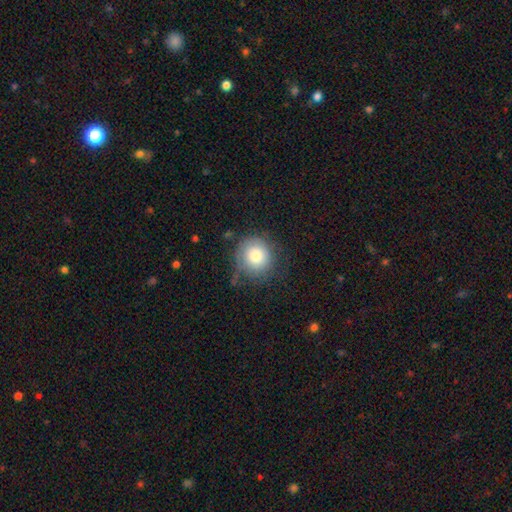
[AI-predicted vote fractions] Smooth or featured: smooth — 77% (featured or disk — 14%)
How rounded: round — 91% (in between — 8%)
Merging: none — 63% (minor disturbance — 24%)